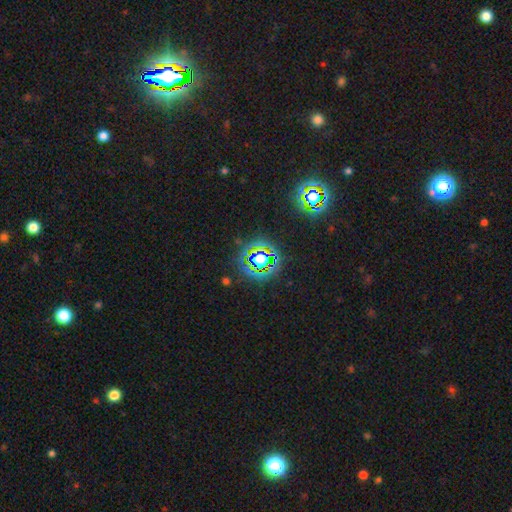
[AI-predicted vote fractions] star or artifact 67%, smooth 21%, featured or disk 12%.